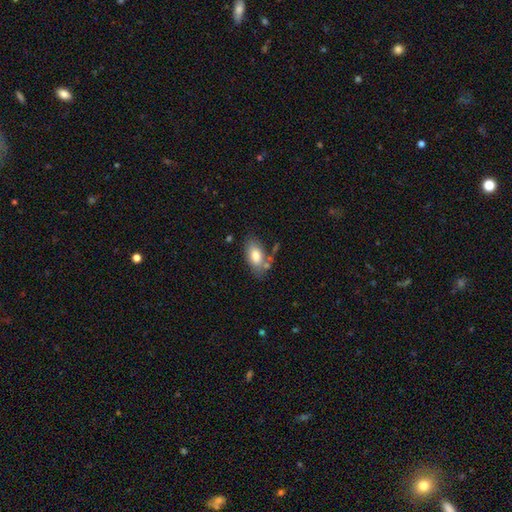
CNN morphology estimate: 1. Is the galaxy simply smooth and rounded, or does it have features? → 78% smooth, 16% featured or disk, 7% star or artifact.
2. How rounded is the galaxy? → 92% in between, 5% round, 4% cigar-shaped.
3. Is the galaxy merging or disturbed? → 57% none, 22% minor disturbance, 13% merger, 8% major disturbance.